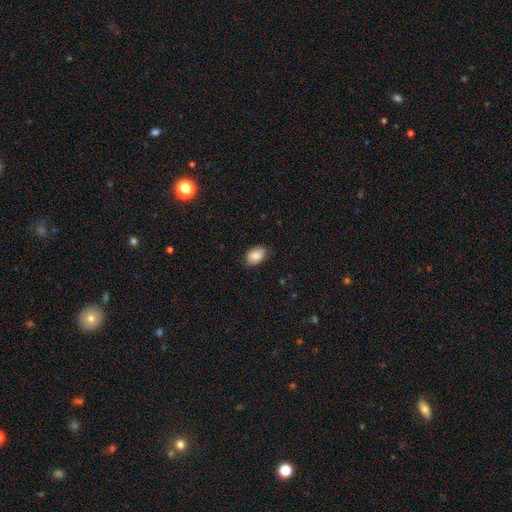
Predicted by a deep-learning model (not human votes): smooth-or-featured: smooth: 84% | featured or disk: 9% | star or artifact: 7%
  how-rounded: in between: 87% | round: 12% | cigar-shaped: 1%
  merging: none: 82% | minor disturbance: 15% | major disturbance: 3% | merger: 1%